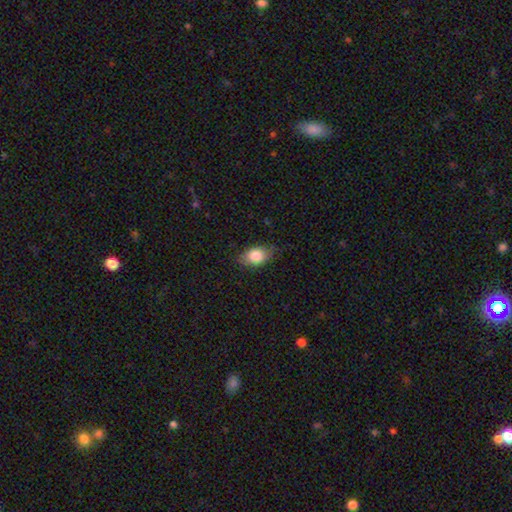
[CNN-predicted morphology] Smooth or featured?
  - smooth: 82% *
  - featured or disk: 11%
  - star or artifact: 8%
How rounded?
  - in between: 84% *
  - round: 14%
  - cigar-shaped: 2%
Merging?
  - none: 77% *
  - minor disturbance: 18%
  - major disturbance: 3%
  - merger: 1%